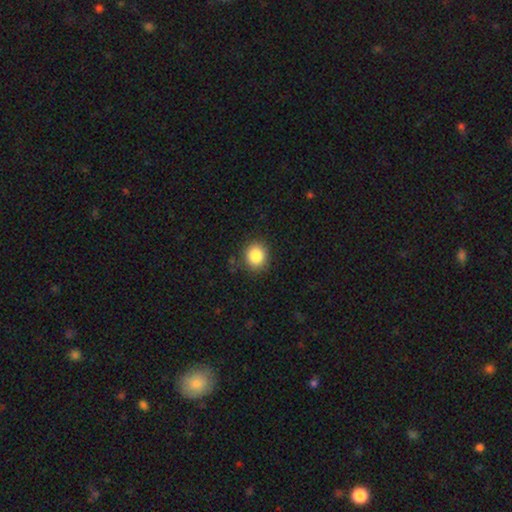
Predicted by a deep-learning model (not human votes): This is clearly a smooth galaxy (86%). How rounded: clearly round (81%). Merging: clearly none (86%).